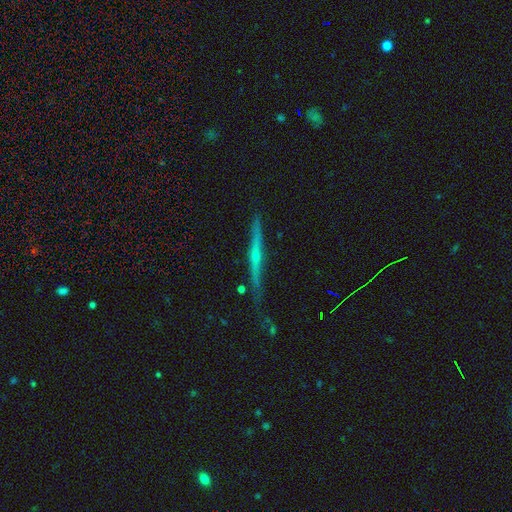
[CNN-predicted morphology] Smooth or featured: featured or disk — 77% (smooth — 15%)
Edge-on disk: yes — 96% (no — 4%)
Edge-on bulge: rounded — 73% (none — 23%)
Merging: none — 77% (minor disturbance — 17%)